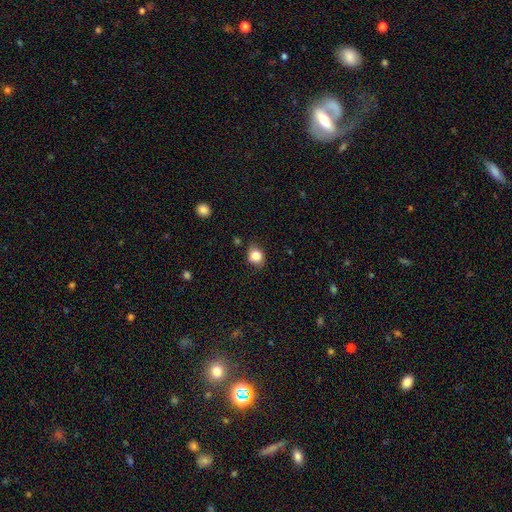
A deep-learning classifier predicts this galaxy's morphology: Smooth or featured? Predicted: smooth (p=0.84). How rounded? Predicted: round (p=0.65). Merging? Predicted: none (p=0.77).